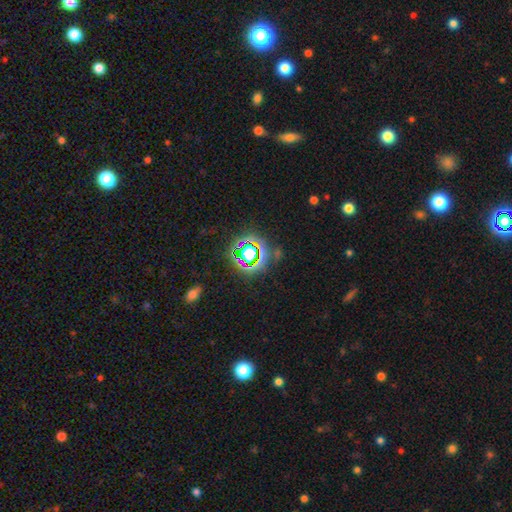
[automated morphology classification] star or artifact 74%, smooth 18%, featured or disk 8%.